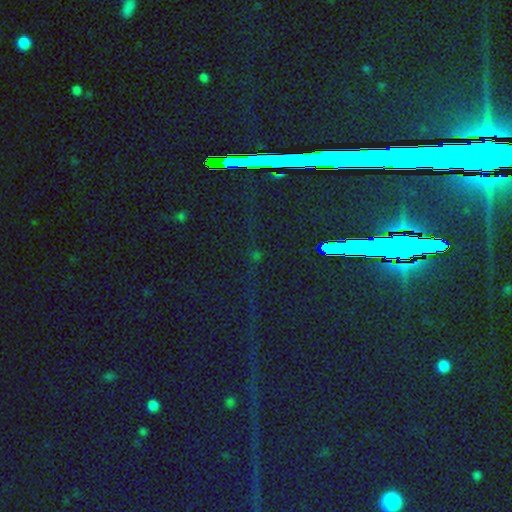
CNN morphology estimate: This appears to be a star or artifact, not a galaxy (81%).